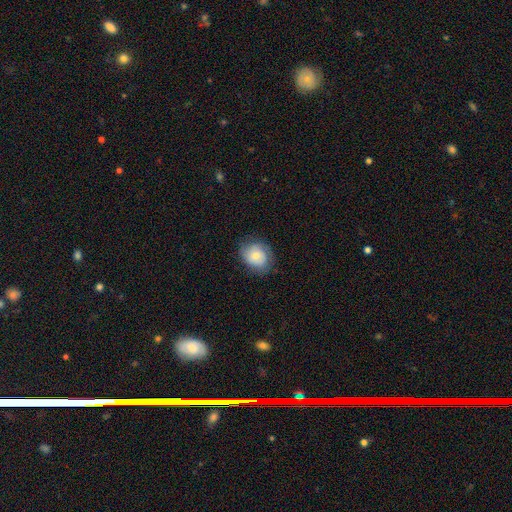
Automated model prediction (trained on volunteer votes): Smooth or featured?
  - smooth: 62% *
  - featured or disk: 29%
  - star or artifact: 8%
How rounded?
  - round: 54% *
  - in between: 45%
  - cigar-shaped: 1%
Merging?
  - none: 73% *
  - minor disturbance: 20%
  - major disturbance: 6%
  - merger: 1%